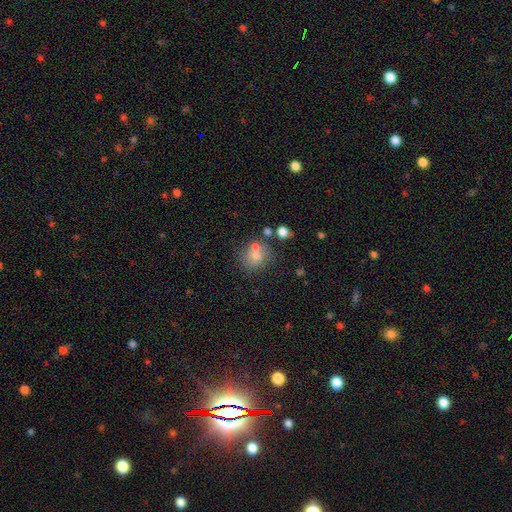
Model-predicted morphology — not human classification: This is likely a smooth galaxy (66%). How rounded: likely round (78%). Merging: possibly none (57%).